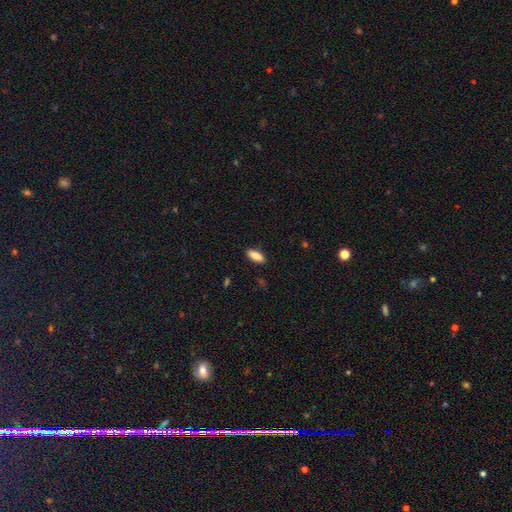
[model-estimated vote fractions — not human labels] The model was most divided on "how rounded": in between: 76%, cigar-shaped: 22%, round: 2%. More confident: merging — none (89%); smooth or featured — smooth (85%).